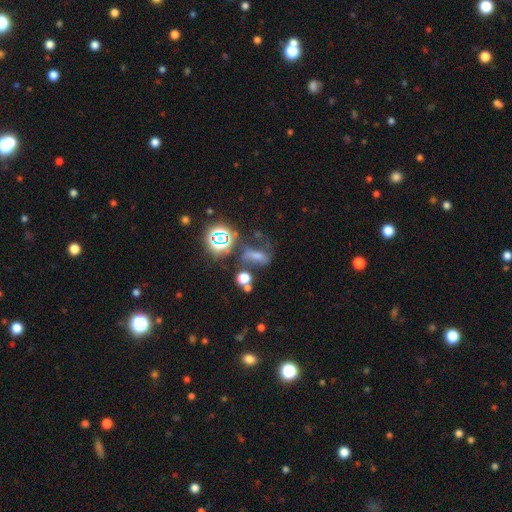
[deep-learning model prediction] Smooth or featured: smooth — 44% (star or artifact — 36%)
Merging: none — 42% (major disturbance — 21%)